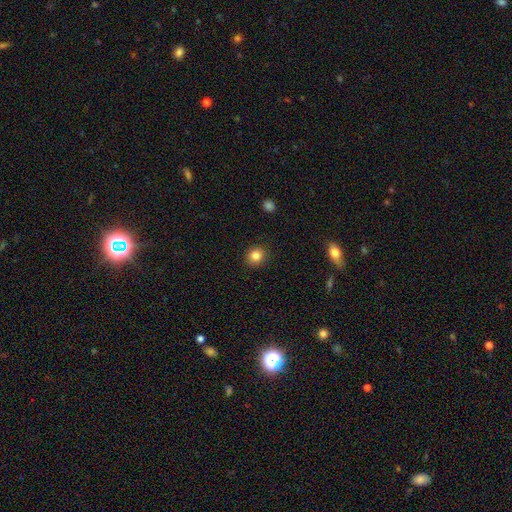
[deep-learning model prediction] Smooth or featured?
  - smooth: 84% *
  - star or artifact: 11%
  - featured or disk: 5%
How rounded?
  - round: 88% *
  - in between: 12%
  - cigar-shaped: 1%
Merging?
  - none: 91% *
  - minor disturbance: 6%
  - major disturbance: 2%
  - merger: 1%